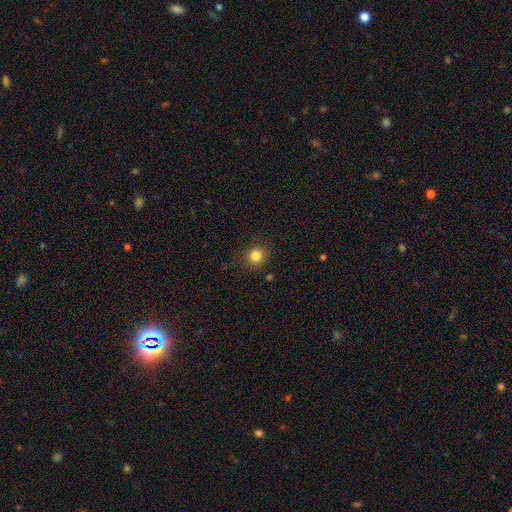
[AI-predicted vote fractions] Q: Smooth or featured?
A: smooth (83%); runner-up: star or artifact (12%)
Q: How rounded?
A: round (87%); runner-up: in between (12%)
Q: Merging?
A: none (85%); runner-up: minor disturbance (10%)